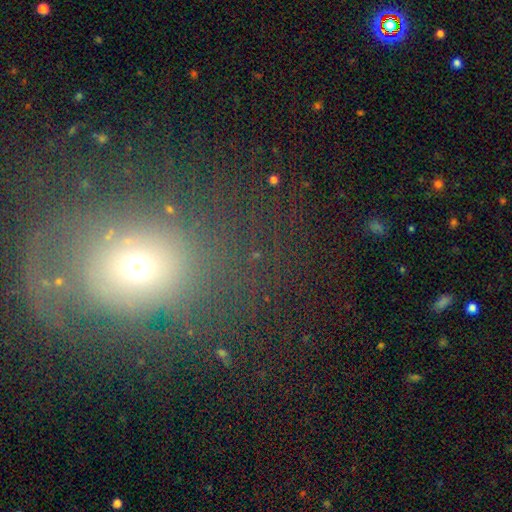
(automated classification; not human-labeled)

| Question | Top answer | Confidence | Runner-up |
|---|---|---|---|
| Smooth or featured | smooth | 53% | star or artifact (33%) |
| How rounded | round | 66% | in between (32%) |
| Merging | none | 69% | minor disturbance (13%) |